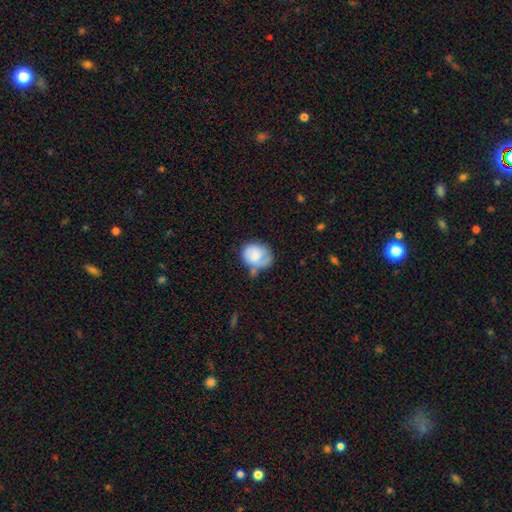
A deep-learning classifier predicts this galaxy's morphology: smooth 68%, featured or disk 25%, star or artifact 7%. Down the decision tree: how rounded — round (54%); merging — none (39%).